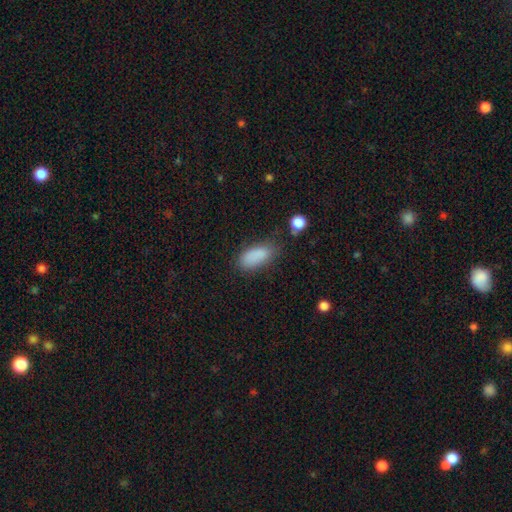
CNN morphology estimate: Smooth or featured?
  - smooth: 86% *
  - star or artifact: 9%
  - featured or disk: 5%
How rounded?
  - in between: 86% *
  - cigar-shaped: 11%
  - round: 3%
Merging?
  - none: 64% *
  - minor disturbance: 24%
  - major disturbance: 8%
  - merger: 4%